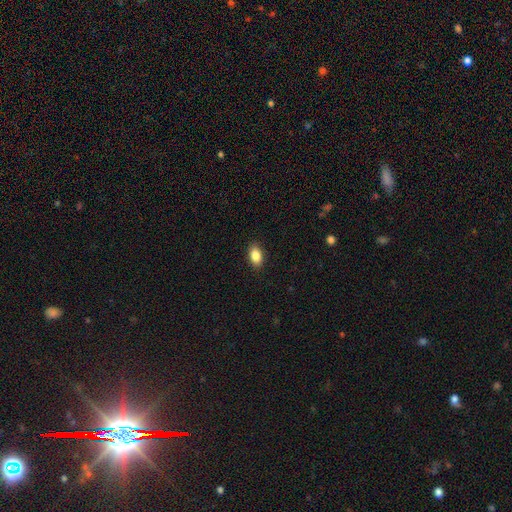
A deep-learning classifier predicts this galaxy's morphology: A smooth galaxy with no disk features (87%) that is in between round and cigar-shaped (89%). Merging: none (89%).